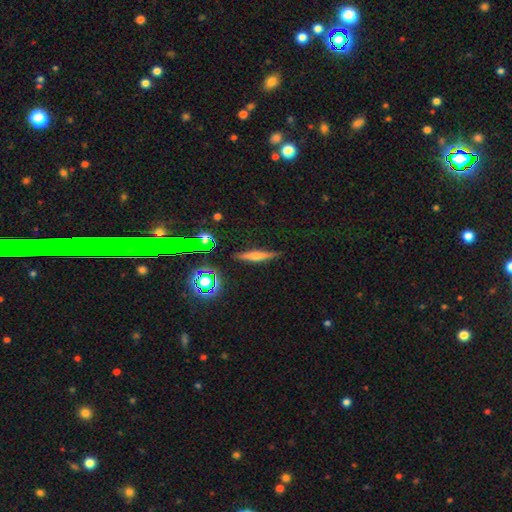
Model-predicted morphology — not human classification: smooth-or-featured: featured or disk: 45% | smooth: 43% | star or artifact: 12%
  merging: none: 86% | minor disturbance: 10% | major disturbance: 2% | merger: 2%